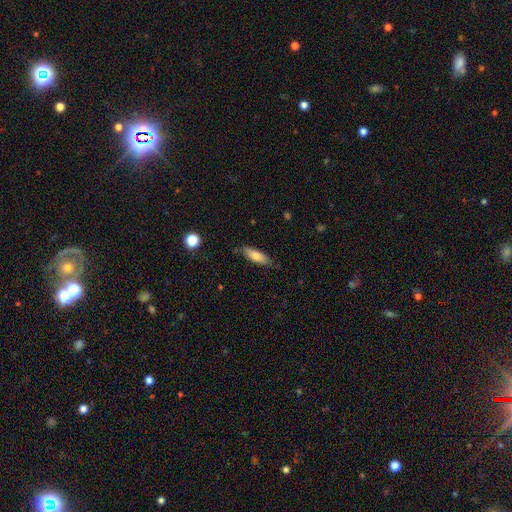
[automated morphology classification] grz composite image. It shows a smooth galaxy with no disk features (74%) that is in between round and cigar-shaped (50%). Merging: none (77%).